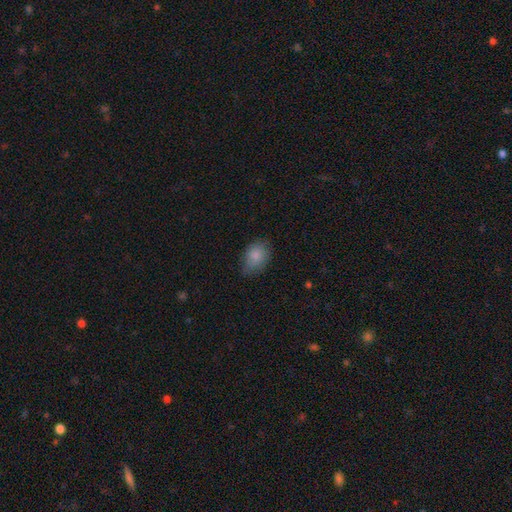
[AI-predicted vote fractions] Smooth or featured: smooth — 85% (star or artifact — 8%)
How rounded: in between — 79% (round — 20%)
Merging: none — 65% (minor disturbance — 28%)